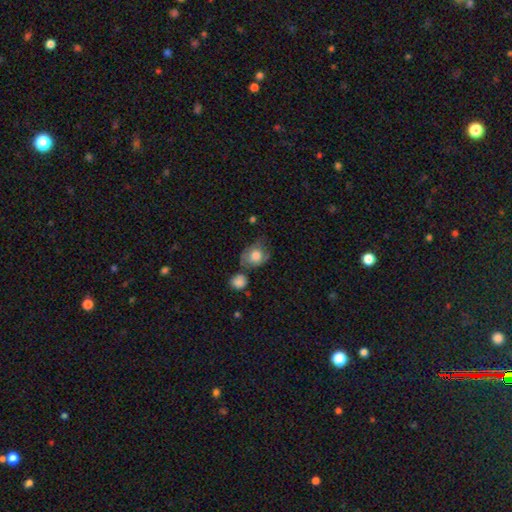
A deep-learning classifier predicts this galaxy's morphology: Smooth or featured? Predicted: smooth (p=0.69). How rounded? Predicted: round (p=0.54). Merging? Predicted: none (p=0.44).